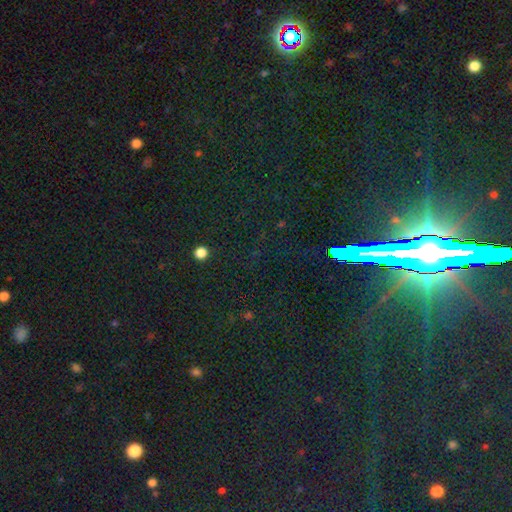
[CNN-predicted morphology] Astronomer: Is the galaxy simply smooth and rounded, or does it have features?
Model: star or artifact — 82%.